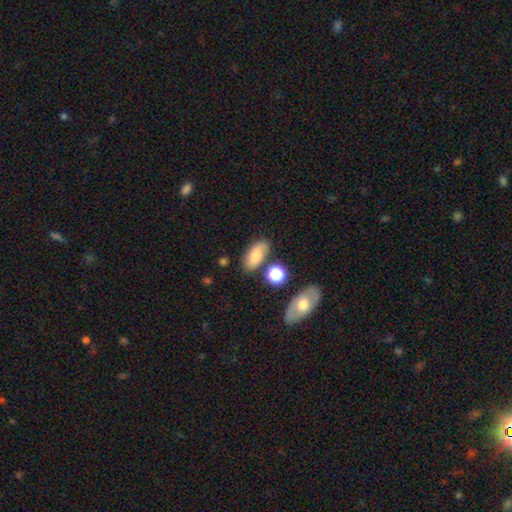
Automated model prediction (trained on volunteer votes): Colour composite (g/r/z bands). It shows a smooth galaxy with no disk features (75%) that is in between round and cigar-shaped (87%). Merging: none (72%).